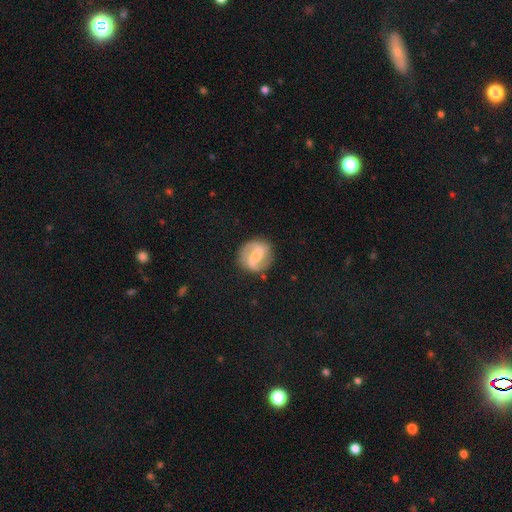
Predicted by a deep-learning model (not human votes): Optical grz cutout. It shows a featured or disk galaxy (82%) with a strong bar (42%), 2 (92%) medium (46%) spiral arms (95%) and a small central bulge (46%). Merging: none (83%).